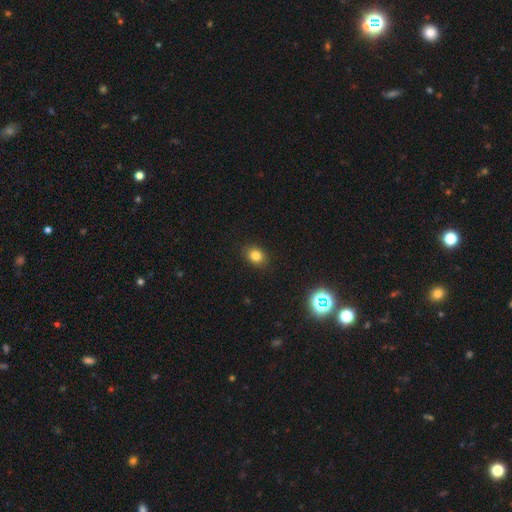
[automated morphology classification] This appears to be a smooth galaxy with no disk features (80%) that is round (52%). Merging: none (89%).